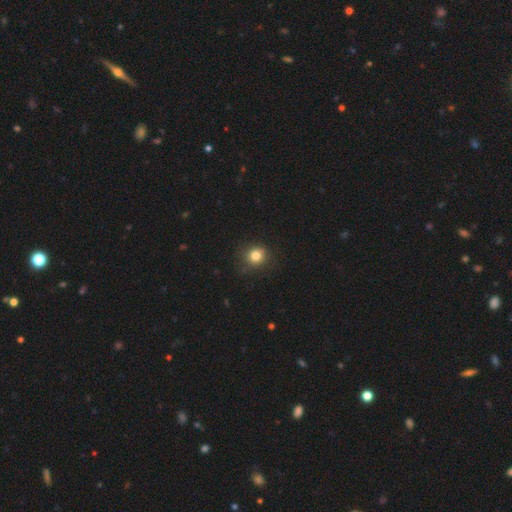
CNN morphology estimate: Smooth or featured: smooth — 81% (star or artifact — 13%)
How rounded: round — 82% (in between — 17%)
Merging: none — 83% (minor disturbance — 13%)